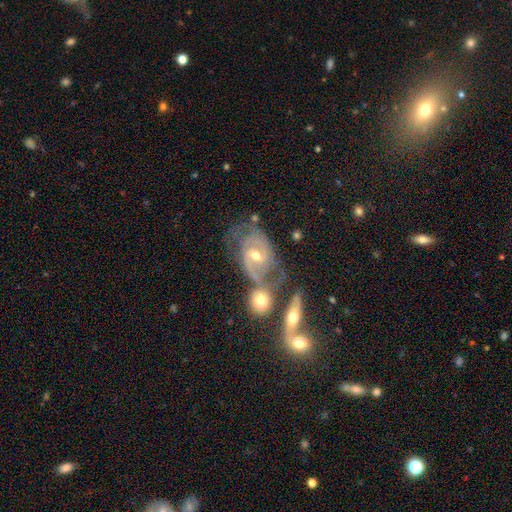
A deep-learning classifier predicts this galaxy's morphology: type=featured or disk (84%); edge-on=no (95%); bar=weak (44%); spiral arms=yes (94%); winding=tight (47%); arm count=2 (63%); bulge=moderate (58%); merging=none (48%).